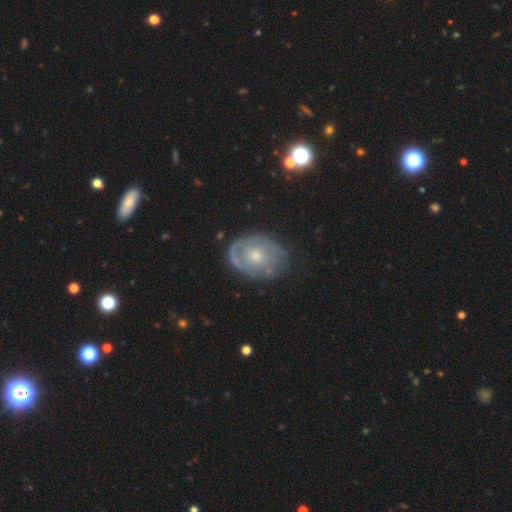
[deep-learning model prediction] smooth_or_featured: featured or disk (p=0.71) [alt: smooth p=0.23]
disk_edge_on: no (p=0.96) [alt: yes p=0.04]
bar: no (p=0.82) [alt: weak p=0.15]
has_spiral_arms: yes (p=0.70) [alt: no p=0.30]
bulge_size: moderate (p=0.50) [alt: small p=0.43]
merging: none (p=0.69) [alt: minor disturbance p=0.21]